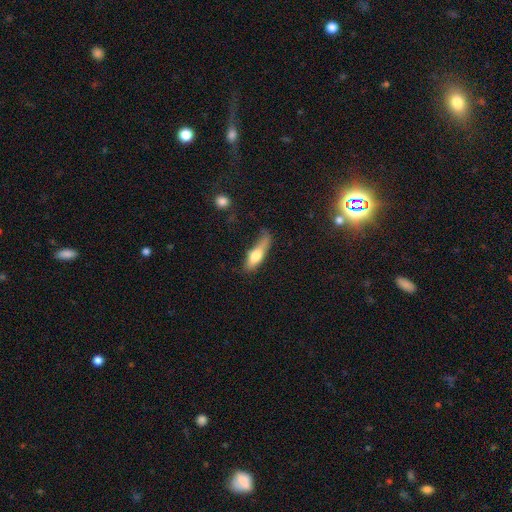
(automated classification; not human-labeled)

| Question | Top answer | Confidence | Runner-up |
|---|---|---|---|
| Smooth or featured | smooth | 67% | featured or disk (27%) |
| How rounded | cigar-shaped | 55% | in between (42%) |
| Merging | none | 40% | minor disturbance (33%) |